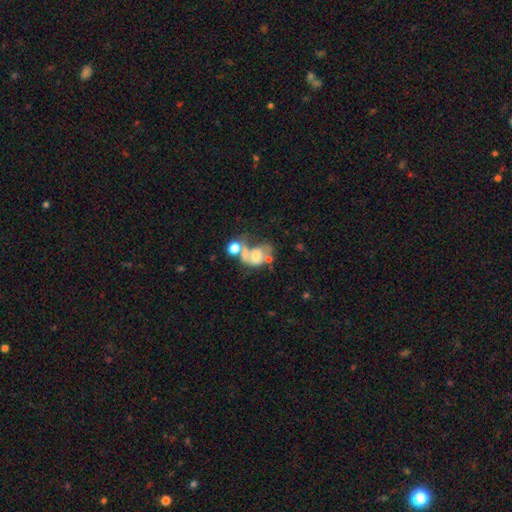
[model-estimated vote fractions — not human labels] This appears to be a featured or disk galaxy (45%). Merging: merger (48%).